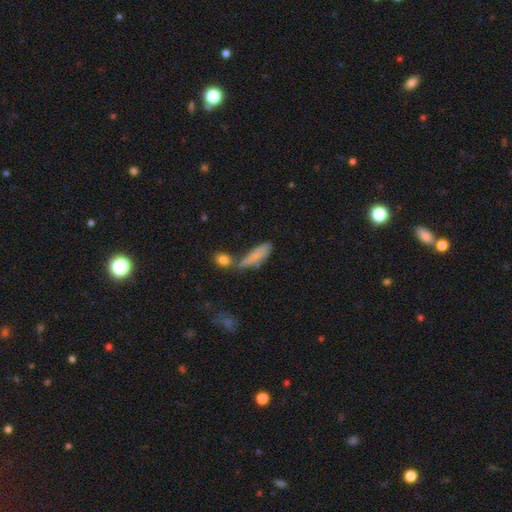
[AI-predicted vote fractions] smooth_or_featured: smooth (p=0.72) [alt: featured or disk p=0.19]
how_rounded: in between (p=0.53) [alt: cigar-shaped p=0.44]
merging: none (p=0.40) [alt: merger p=0.26]